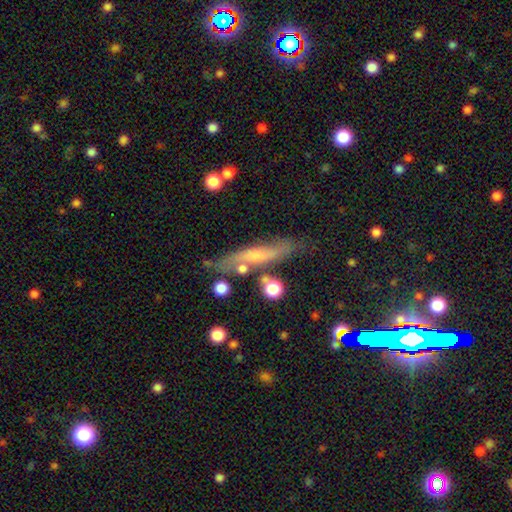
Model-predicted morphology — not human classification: Smooth or featured? Predicted: featured or disk (p=0.49). Merging? Predicted: none (p=0.67).